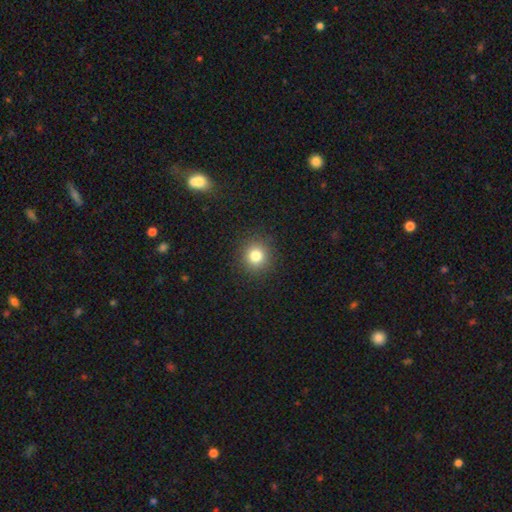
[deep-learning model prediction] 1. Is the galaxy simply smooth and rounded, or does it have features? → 81% smooth, 13% star or artifact, 6% featured or disk.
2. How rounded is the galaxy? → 91% round, 8% in between, 1% cigar-shaped.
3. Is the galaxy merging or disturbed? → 91% none, 6% minor disturbance, 2% major disturbance, 1% merger.